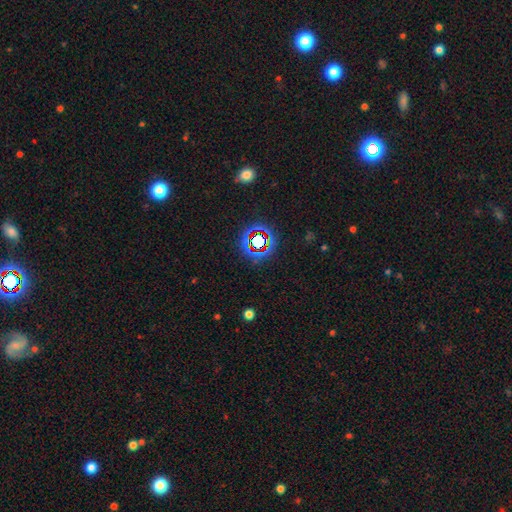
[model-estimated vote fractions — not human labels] Q: Smooth or featured?
A: star or artifact (61%); runner-up: featured or disk (21%)